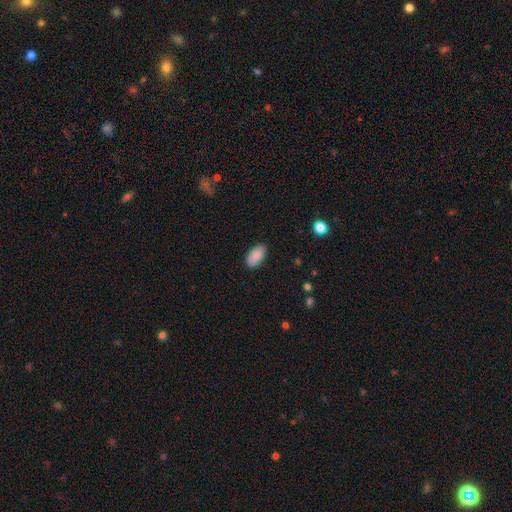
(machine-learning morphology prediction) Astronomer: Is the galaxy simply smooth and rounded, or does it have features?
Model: smooth — 86%.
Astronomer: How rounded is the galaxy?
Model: in between — 94%.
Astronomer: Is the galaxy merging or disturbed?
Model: none — 82%.